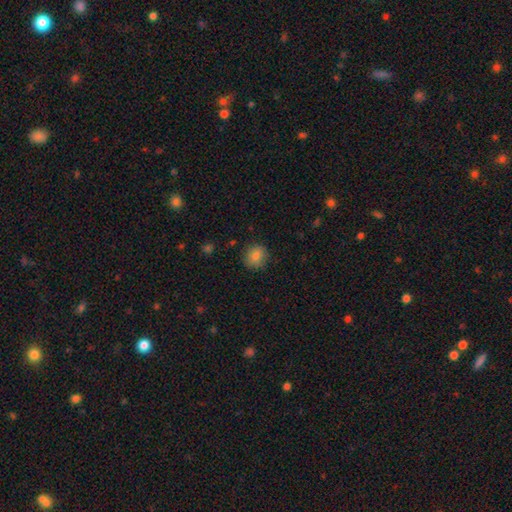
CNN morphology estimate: type=smooth (85%); roundness=round (79%); merging=none (85%).